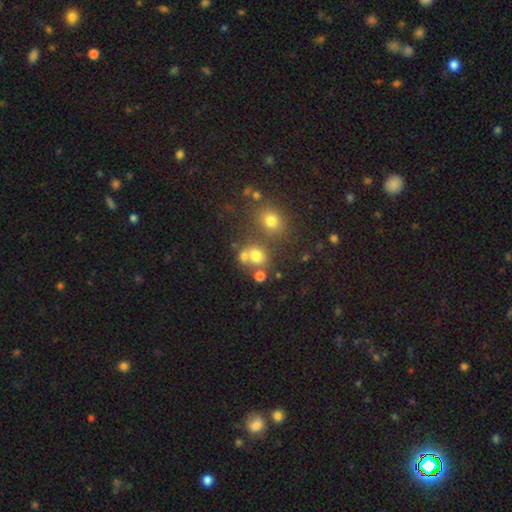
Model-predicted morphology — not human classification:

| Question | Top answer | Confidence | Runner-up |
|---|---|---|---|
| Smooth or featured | smooth | 69% | star or artifact (19%) |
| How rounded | round | 73% | in between (26%) |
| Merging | none | 53% | merger (31%) |